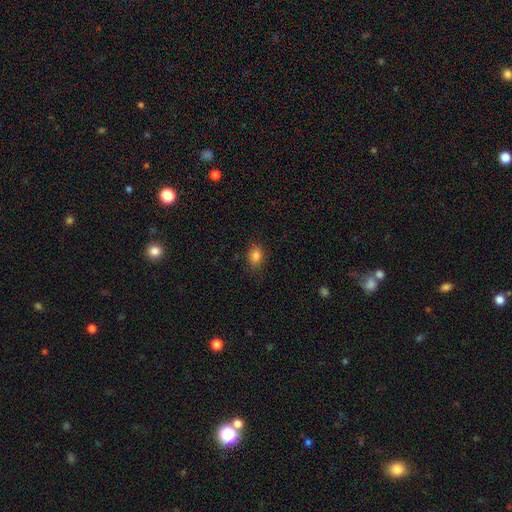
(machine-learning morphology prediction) smooth-or-featured: smooth: 84% | star or artifact: 11% | featured or disk: 5%
  how-rounded: in between: 66% | round: 32% | cigar-shaped: 1%
  merging: none: 82% | minor disturbance: 13% | major disturbance: 3% | merger: 1%